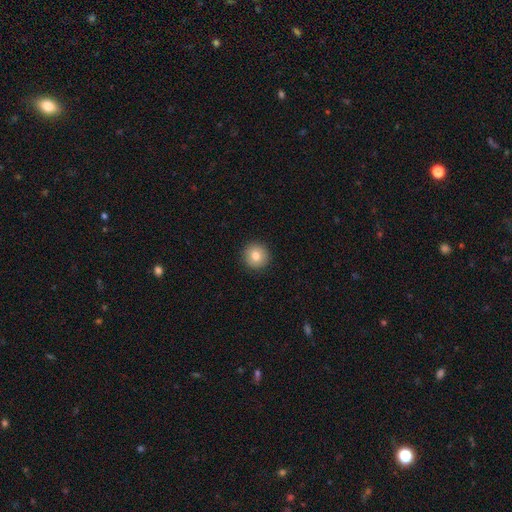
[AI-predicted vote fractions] Morphology: type=smooth (80%); roundness=round (95%); merging=none (93%).